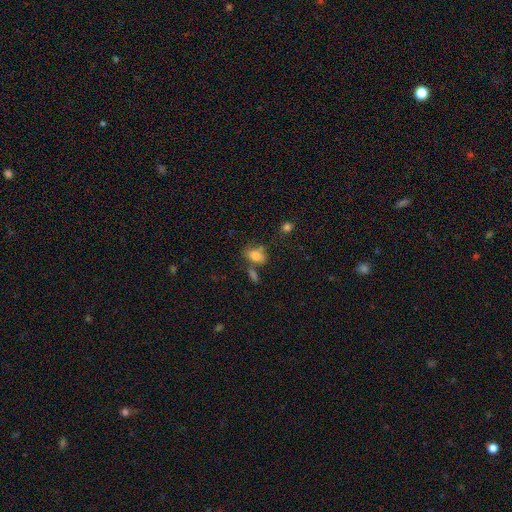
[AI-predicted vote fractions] Smooth or featured? smooth (78%)
How rounded? in between (82%)
Merging? none (51%)